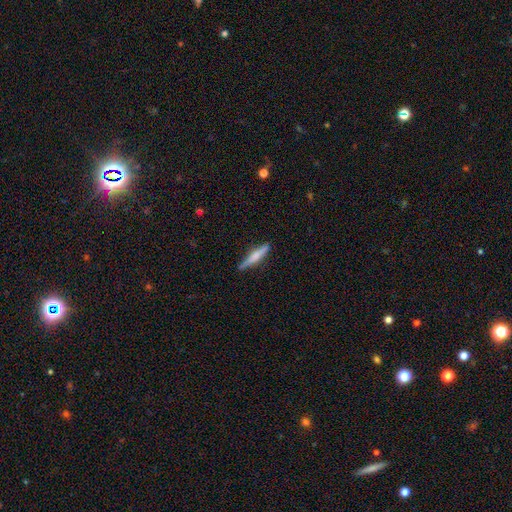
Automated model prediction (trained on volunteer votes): Overall: smooth (48%; featured or disk 46%). Merging: none (84%).